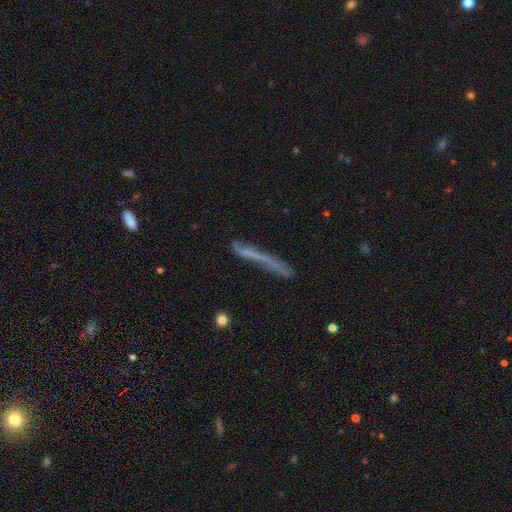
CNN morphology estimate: This appears to be a smooth galaxy with no disk features (49%). Merging: none (61%).